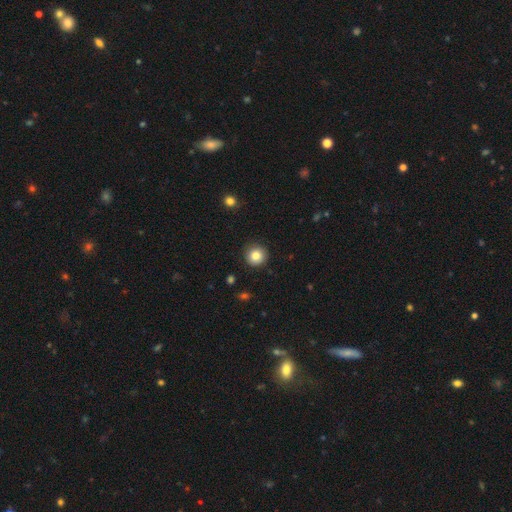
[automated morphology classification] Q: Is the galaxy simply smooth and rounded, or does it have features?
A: smooth — 83%.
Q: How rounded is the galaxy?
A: round — 94%.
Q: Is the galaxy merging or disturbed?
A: none — 90%.